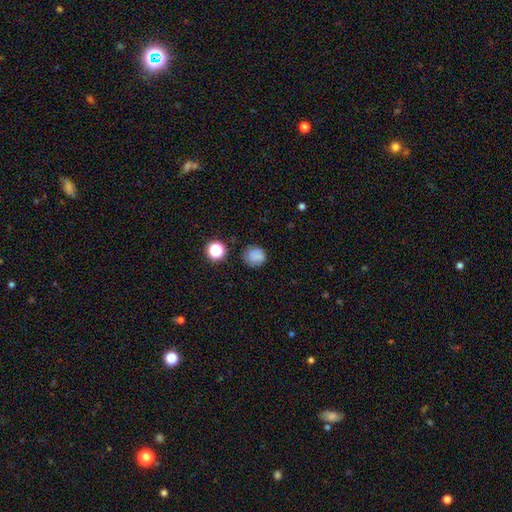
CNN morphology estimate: A smooth galaxy with no disk features (77%) that is round (85%). Merging: none (77%).